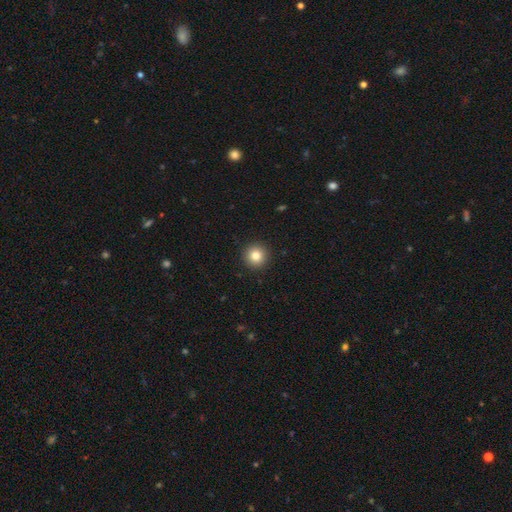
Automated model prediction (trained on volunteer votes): smooth-or-featured: smooth: 82% | star or artifact: 11% | featured or disk: 7%
  how-rounded: round: 96% | in between: 3% | cigar-shaped: 1%
  merging: none: 93% | minor disturbance: 4% | major disturbance: 2% | merger: 1%